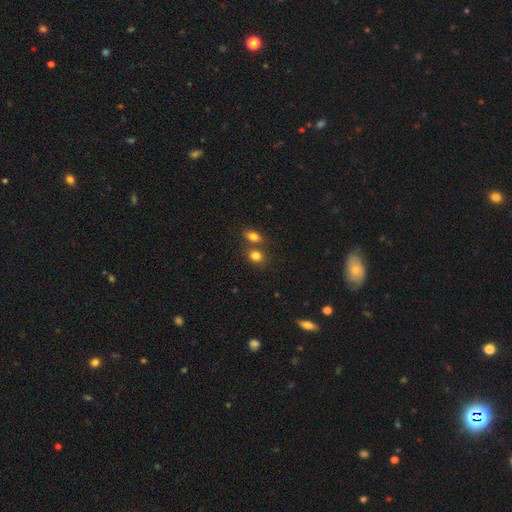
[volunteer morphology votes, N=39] Smooth or featured? smooth (90%)
How rounded? in between (57%)
Merging? none (62%)